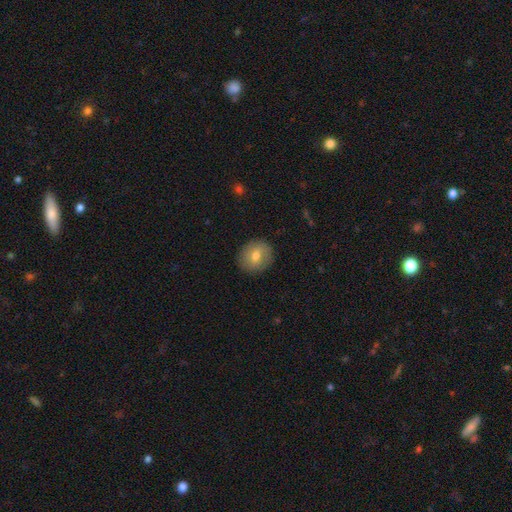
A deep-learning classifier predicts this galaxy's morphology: A smooth galaxy with no disk features (69%) that is round (79%).

Vote fractions:
- Smooth or featured? smooth: 69% / featured or disk: 22% / star or artifact: 9%
- How rounded? round: 79% / in between: 19% / cigar-shaped: 1%
- Merging? none: 87% / minor disturbance: 9% / major disturbance: 3% / merger: 1%